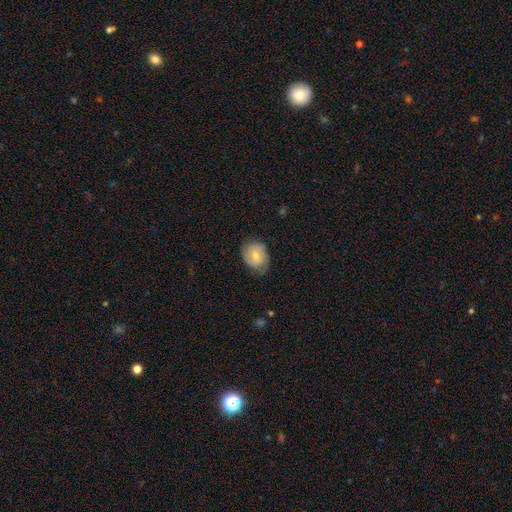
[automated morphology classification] Smooth or featured?
  - smooth: 65% *
  - featured or disk: 28%
  - star or artifact: 7%
How rounded?
  - round: 50% *
  - in between: 49%
  - cigar-shaped: 1%
Merging?
  - none: 64% *
  - minor disturbance: 28%
  - major disturbance: 7%
  - merger: 1%